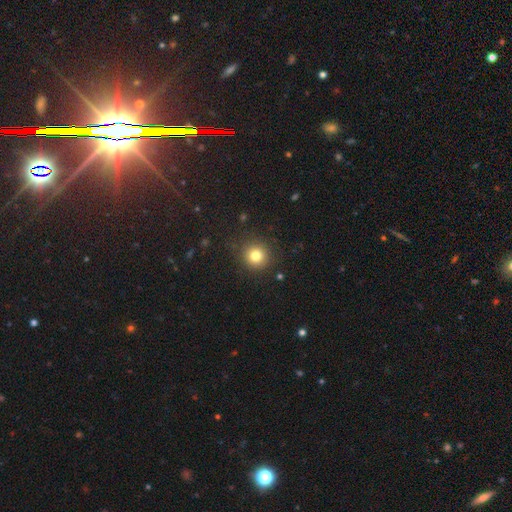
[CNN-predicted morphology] smooth_or_featured: smooth (p=0.80) [alt: star or artifact p=0.13]
how_rounded: round (p=0.93) [alt: in between p=0.06]
merging: none (p=0.89) [alt: minor disturbance p=0.07]